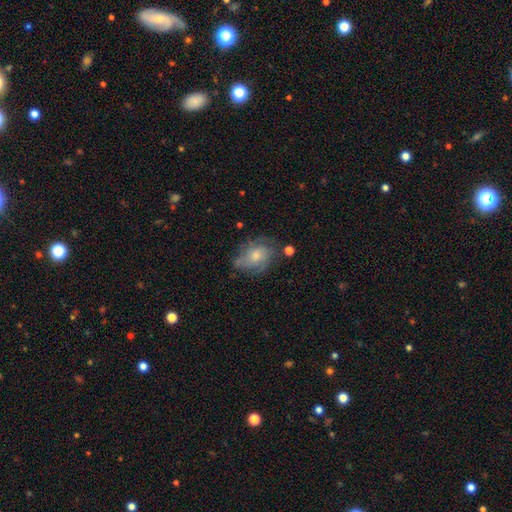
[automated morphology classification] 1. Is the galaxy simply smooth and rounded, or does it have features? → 57% featured or disk, 35% smooth, 8% star or artifact.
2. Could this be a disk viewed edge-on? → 97% no, 3% yes.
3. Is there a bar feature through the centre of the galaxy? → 80% no, 18% weak, 2% strong.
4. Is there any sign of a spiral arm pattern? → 76% yes, 24% no.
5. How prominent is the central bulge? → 44% moderate, 43% small, 6% large, 5% none, 1% dominant.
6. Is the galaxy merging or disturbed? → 58% none, 25% minor disturbance, 14% major disturbance, 3% merger.